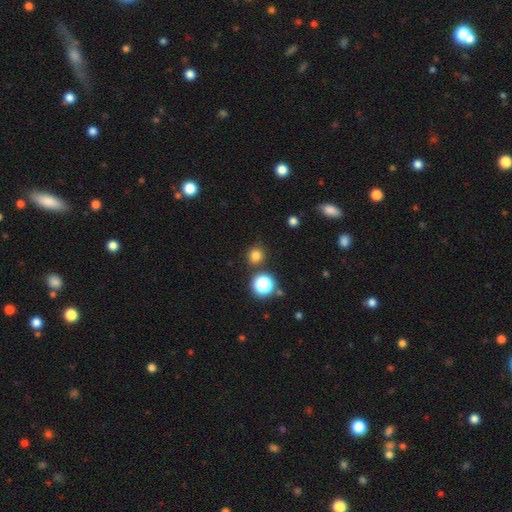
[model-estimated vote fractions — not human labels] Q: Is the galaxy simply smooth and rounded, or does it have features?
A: smooth — 77%.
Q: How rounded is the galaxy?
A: round — 89%.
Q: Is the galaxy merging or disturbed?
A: none — 84%.